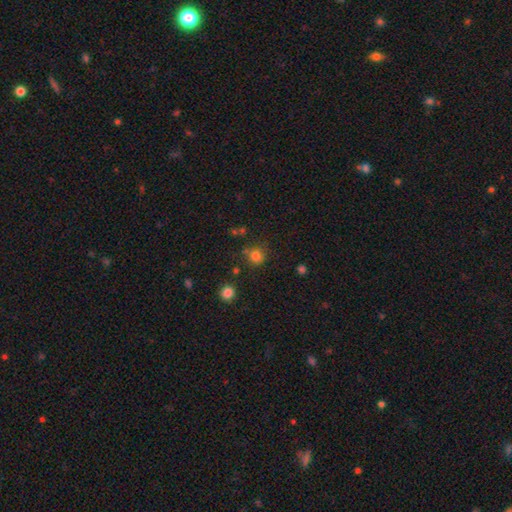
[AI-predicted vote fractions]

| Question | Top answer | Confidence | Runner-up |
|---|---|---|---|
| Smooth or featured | smooth | 78% | star or artifact (16%) |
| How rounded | round | 84% | in between (15%) |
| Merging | none | 71% | minor disturbance (15%) |